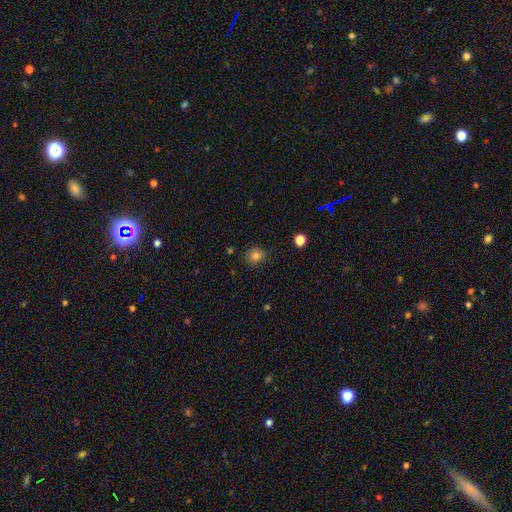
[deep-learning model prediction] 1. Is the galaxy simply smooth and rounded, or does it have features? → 81% smooth, 13% star or artifact, 6% featured or disk.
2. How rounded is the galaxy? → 79% round, 20% in between, 1% cigar-shaped.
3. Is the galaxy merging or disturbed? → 79% none, 16% minor disturbance, 4% major disturbance, 2% merger.